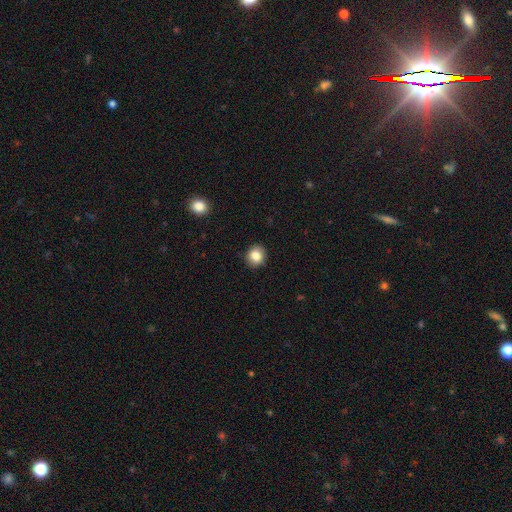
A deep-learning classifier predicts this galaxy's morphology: Smooth or featured? Predicted: smooth (p=0.84). How rounded? Predicted: round (p=0.81). Merging? Predicted: none (p=0.90).